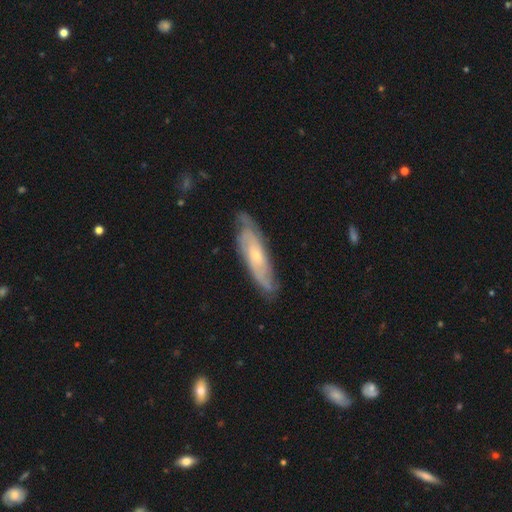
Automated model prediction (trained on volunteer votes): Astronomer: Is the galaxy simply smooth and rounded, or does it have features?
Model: featured or disk — 72%.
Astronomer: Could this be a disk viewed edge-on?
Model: no — 76%.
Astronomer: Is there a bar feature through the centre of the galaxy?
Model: no — 72%.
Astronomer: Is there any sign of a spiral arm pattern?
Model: yes — 90%.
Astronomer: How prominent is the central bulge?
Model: small — 68%.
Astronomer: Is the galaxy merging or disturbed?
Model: none — 75%.